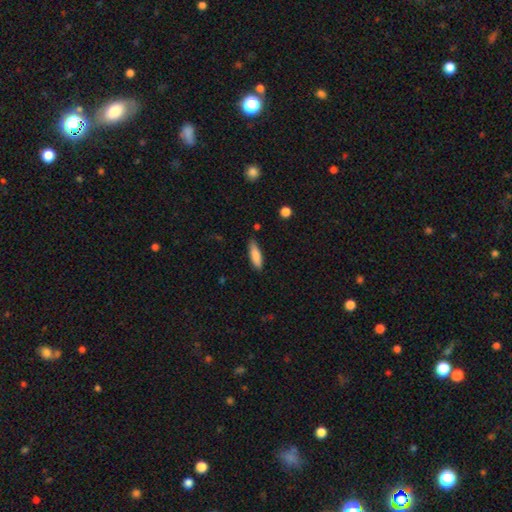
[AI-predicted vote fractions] smooth-or-featured: smooth: 84% | featured or disk: 10% | star or artifact: 6%
  how-rounded: cigar-shaped: 60% | in between: 39% | round: 2%
  merging: none: 78% | minor disturbance: 17% | major disturbance: 3% | merger: 2%